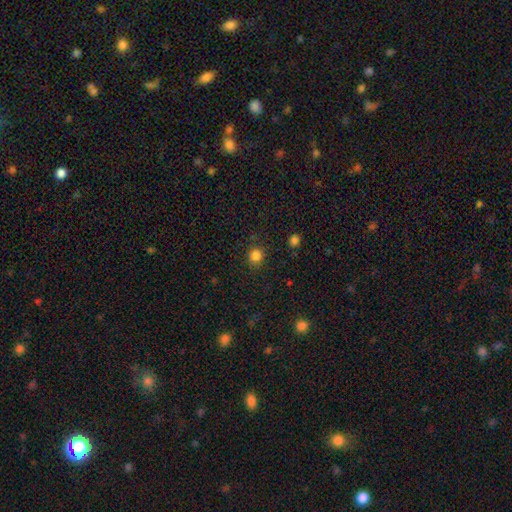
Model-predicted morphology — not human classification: smooth_or_featured: smooth (p=0.83) [alt: star or artifact p=0.13]
how_rounded: round (p=0.90) [alt: in between p=0.09]
merging: none (p=0.88) [alt: minor disturbance p=0.08]